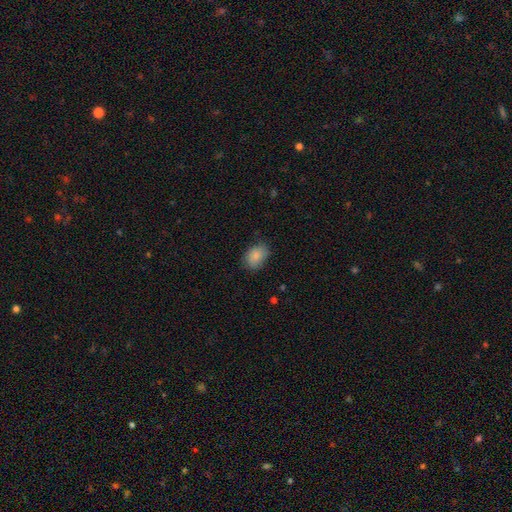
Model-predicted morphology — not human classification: type=smooth (86%); roundness=in between (79%); merging=none (76%).